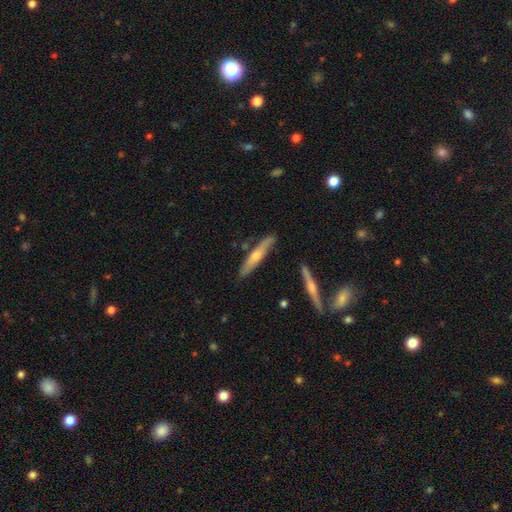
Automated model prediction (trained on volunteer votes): Overall: featured or disk (52%; smooth 42%). Edge-on disk: yes (89%). Merging: none (83%).